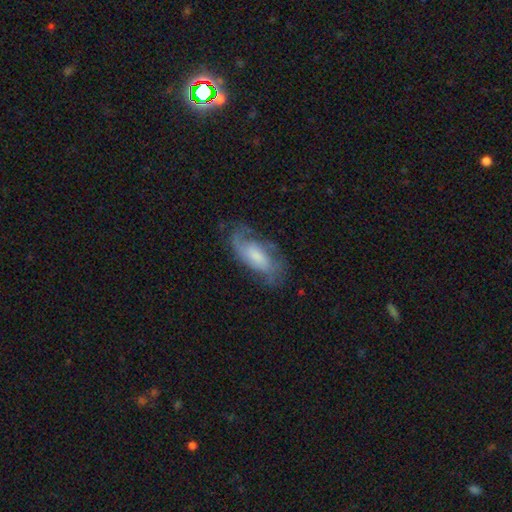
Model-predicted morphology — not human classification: A featured or disk galaxy (63%) with no bar (58%), spiral arms (86%) and a small central bulge (34%, tied with moderate). Merging: none (61%).